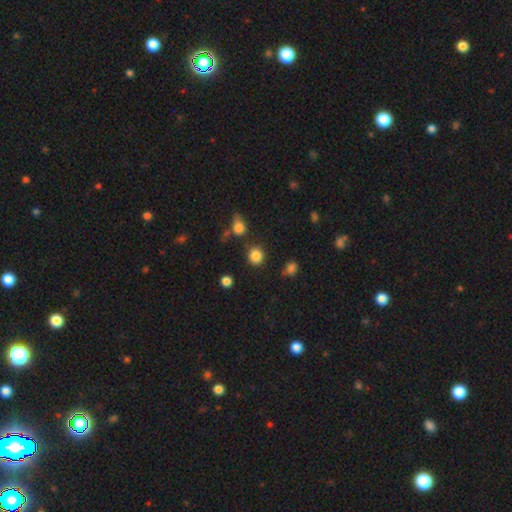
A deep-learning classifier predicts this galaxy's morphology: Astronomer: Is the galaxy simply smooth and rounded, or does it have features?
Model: smooth — 84%.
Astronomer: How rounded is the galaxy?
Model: round — 86%.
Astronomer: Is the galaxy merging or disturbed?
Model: none — 80%.